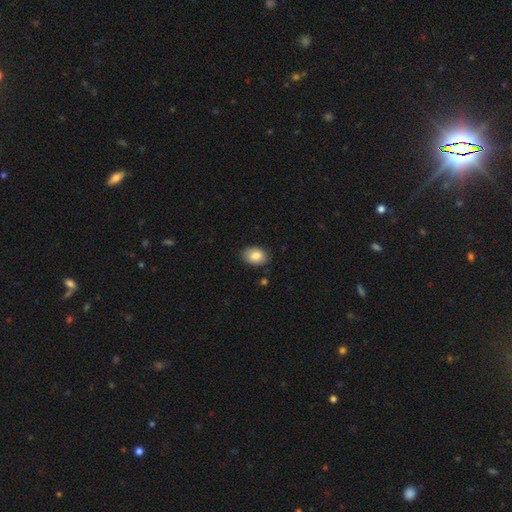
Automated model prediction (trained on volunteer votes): smooth_or_featured: smooth (p=0.82) [alt: featured or disk p=0.10]
how_rounded: in between (p=0.80) [alt: round p=0.19]
merging: none (p=0.82) [alt: minor disturbance p=0.14]